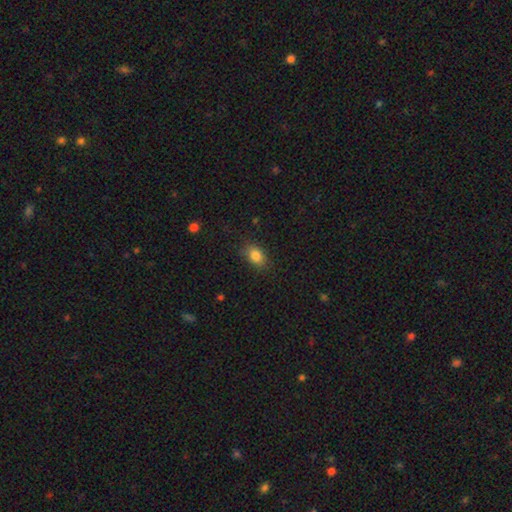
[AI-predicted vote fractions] smooth 83%, star or artifact 10%, featured or disk 7%. Down the decision tree: how rounded — in between (81%); merging — none (81%).